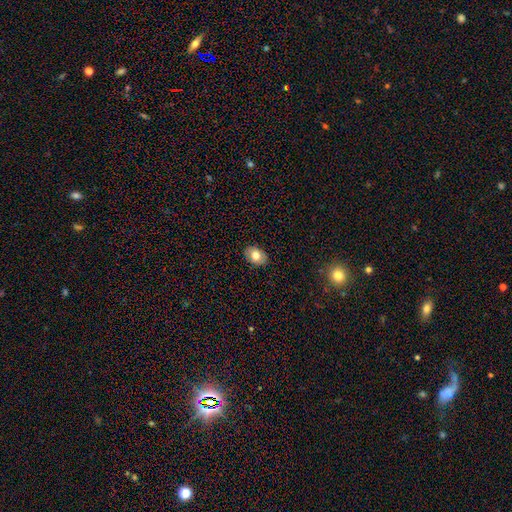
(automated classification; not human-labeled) Q: Smooth or featured?
A: smooth (77%); runner-up: featured or disk (14%)
Q: How rounded?
A: in between (70%); runner-up: round (29%)
Q: Merging?
A: none (88%); runner-up: minor disturbance (9%)